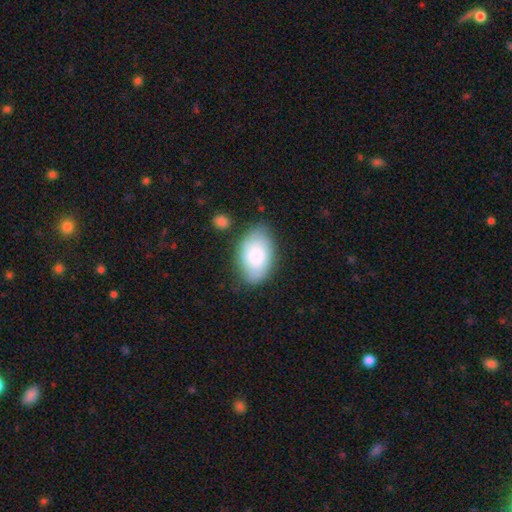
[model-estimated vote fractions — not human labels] A smooth galaxy with no disk features (76%) that is in between round and cigar-shaped (91%). Merging: none (72%).